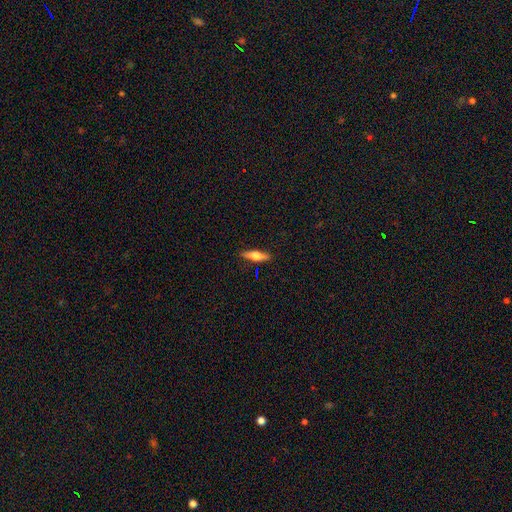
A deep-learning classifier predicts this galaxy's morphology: This is possibly a smooth galaxy (51%). How rounded: likely cigar-shaped (63%). Merging: clearly none (89%).